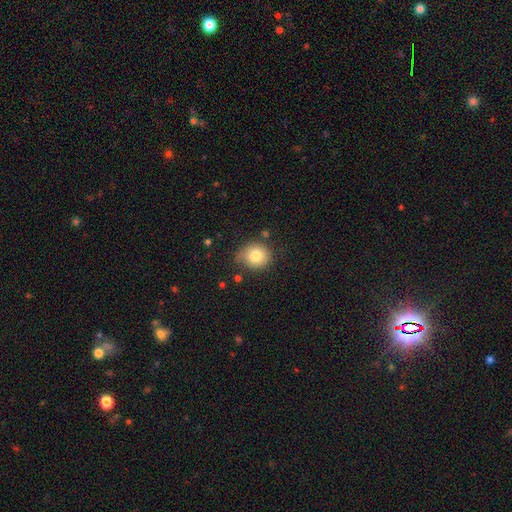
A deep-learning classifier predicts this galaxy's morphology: type=smooth (79%); roundness=round (78%); merging=none (69%).